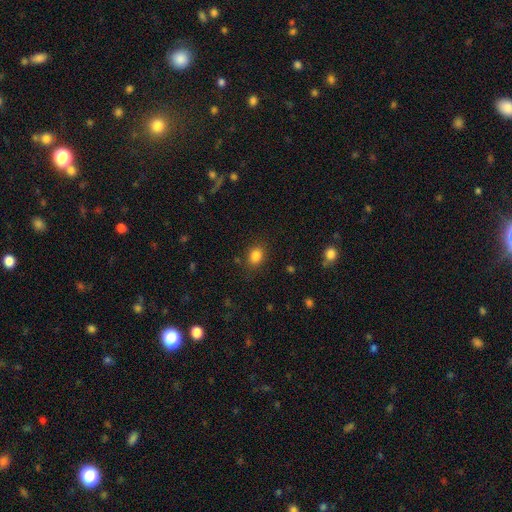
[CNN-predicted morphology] This appears to be a smooth galaxy with no disk features (84%) that is in between round and cigar-shaped (53%). Merging: none (83%).